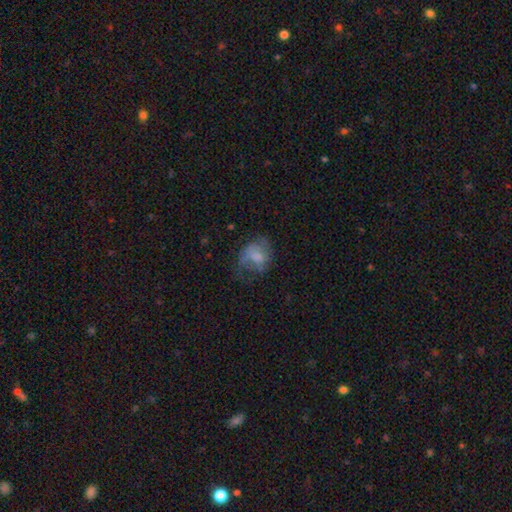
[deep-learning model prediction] Smooth or featured? Predicted: smooth (p=0.55). How rounded? Predicted: in between (p=0.53). Merging? Predicted: major disturbance (p=0.39).